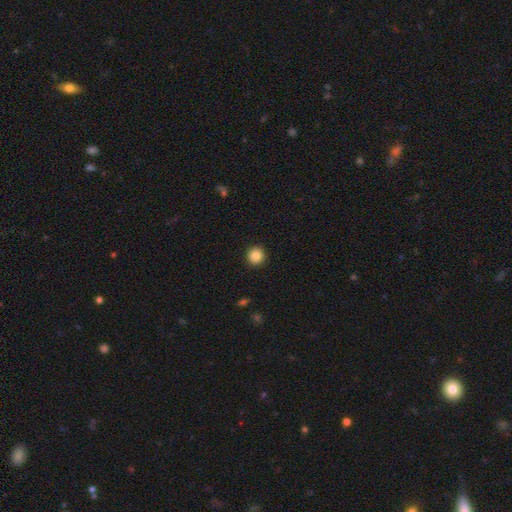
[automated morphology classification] smooth 87%, star or artifact 10%, featured or disk 4%. Down the decision tree: how rounded — round (94%); merging — none (93%).